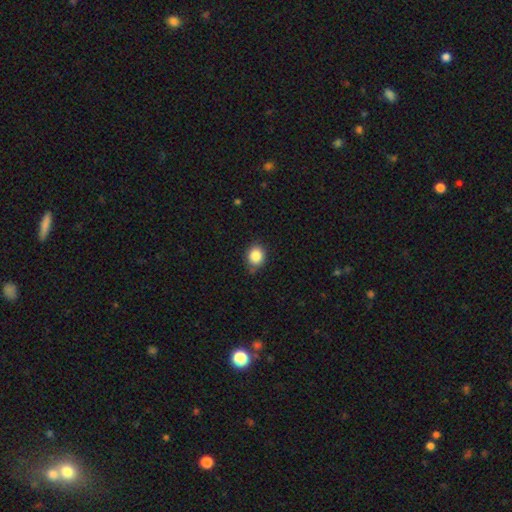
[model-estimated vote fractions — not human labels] Q: Smooth or featured?
A: smooth (86%); runner-up: star or artifact (9%)
Q: How rounded?
A: round (66%); runner-up: in between (33%)
Q: Merging?
A: none (80%); runner-up: minor disturbance (16%)